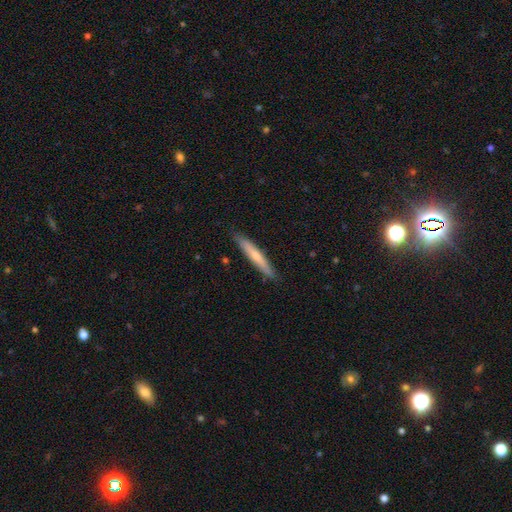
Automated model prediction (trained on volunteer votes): This is possibly a smooth galaxy (59%). How rounded: clearly cigar-shaped (95%). Merging: clearly none (88%).